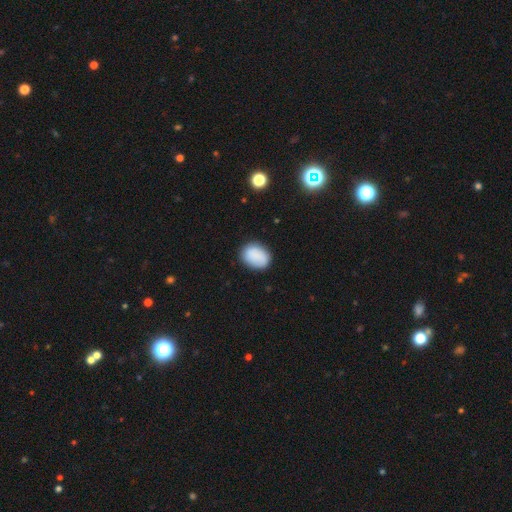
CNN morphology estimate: Smooth or featured? Predicted: smooth (p=0.86). How rounded? Predicted: in between (p=0.64). Merging? Predicted: none (p=0.81).